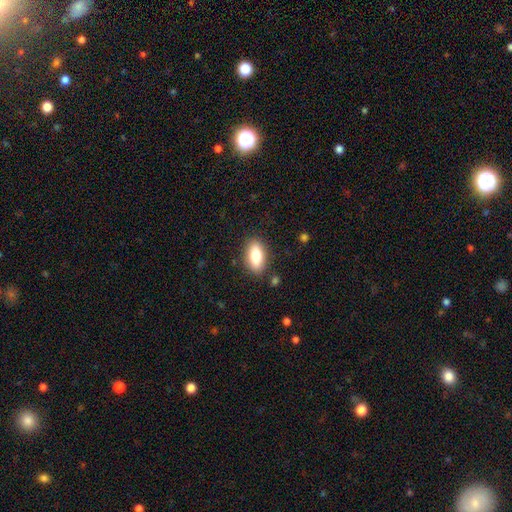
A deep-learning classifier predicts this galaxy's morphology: Smooth or featured? smooth (78%)
How rounded? in between (87%)
Merging? none (86%)